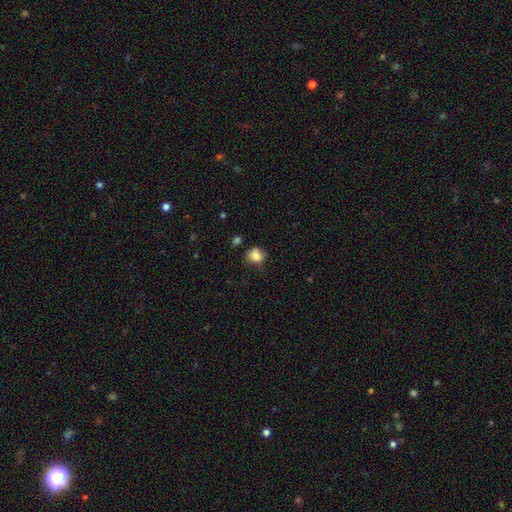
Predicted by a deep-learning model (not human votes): Smooth or featured?
  - smooth: 84% *
  - star or artifact: 10%
  - featured or disk: 7%
How rounded?
  - round: 64% *
  - in between: 35%
  - cigar-shaped: 1%
Merging?
  - none: 60% *
  - minor disturbance: 29%
  - major disturbance: 8%
  - merger: 4%